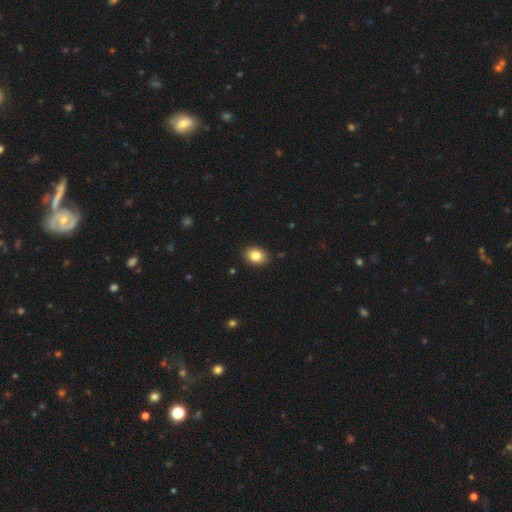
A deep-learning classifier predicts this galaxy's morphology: Smooth or featured: smooth — 83% (star or artifact — 9%)
How rounded: in between — 71% (round — 28%)
Merging: none — 89% (minor disturbance — 8%)